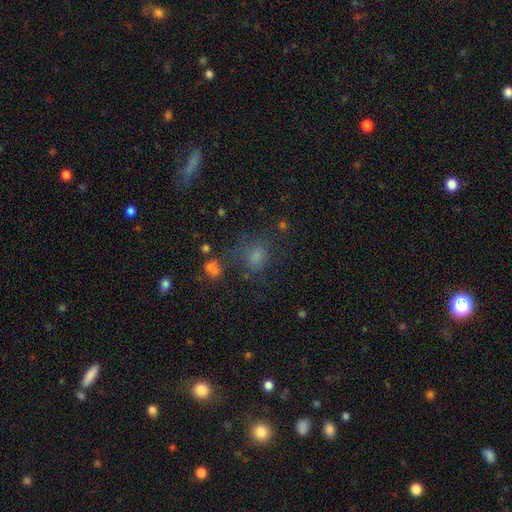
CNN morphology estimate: This is likely a smooth galaxy (67%). How rounded: possibly round (59%). Merging: possibly none (56%).